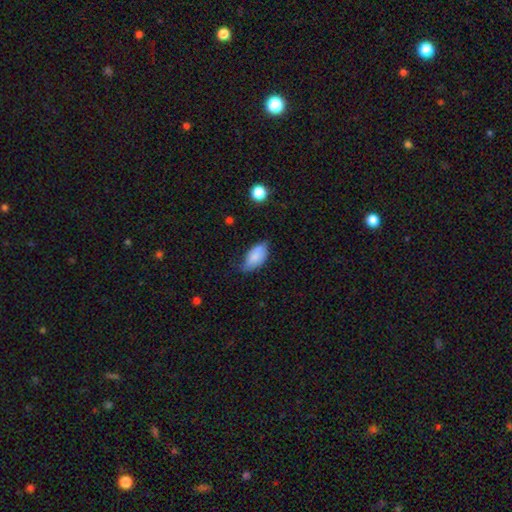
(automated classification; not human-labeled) Overall: smooth (81%). How rounded: in between (93%). Merging: none (51%; minor disturbance 39%).